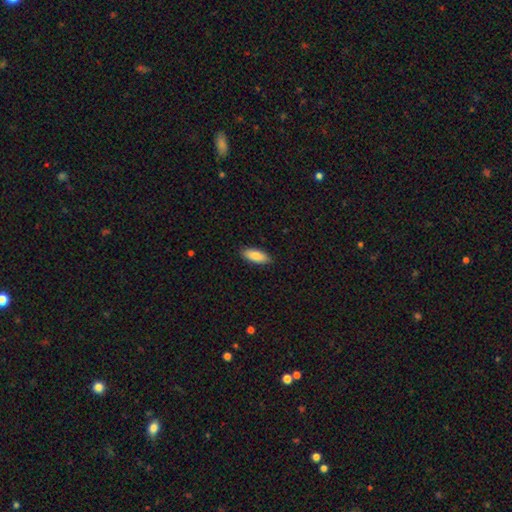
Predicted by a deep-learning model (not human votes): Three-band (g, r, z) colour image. It shows a smooth galaxy with no disk features (85%) that is in between round and cigar-shaped (77%). Merging: none (89%).